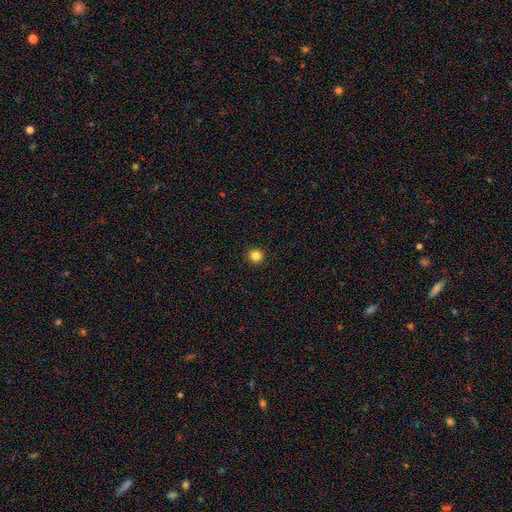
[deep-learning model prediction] smooth-or-featured: smooth: 84% | star or artifact: 12% | featured or disk: 4%
  how-rounded: round: 95% | in between: 4% | cigar-shaped: 1%
  merging: none: 94% | minor disturbance: 4% | major disturbance: 1% | merger: 1%